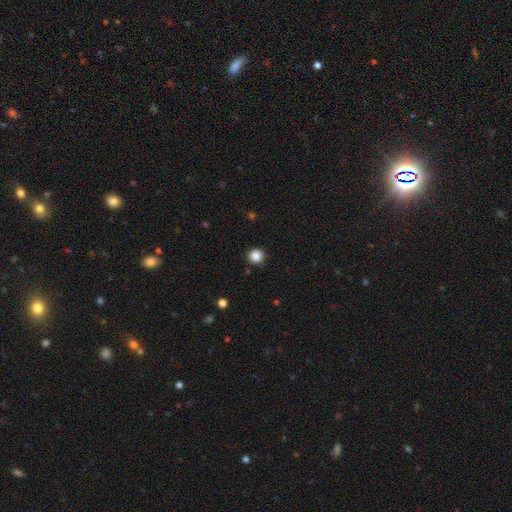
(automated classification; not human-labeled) Q: Smooth or featured?
A: smooth (86%); runner-up: star or artifact (11%)
Q: How rounded?
A: round (93%); runner-up: in between (6%)
Q: Merging?
A: none (89%); runner-up: minor disturbance (8%)